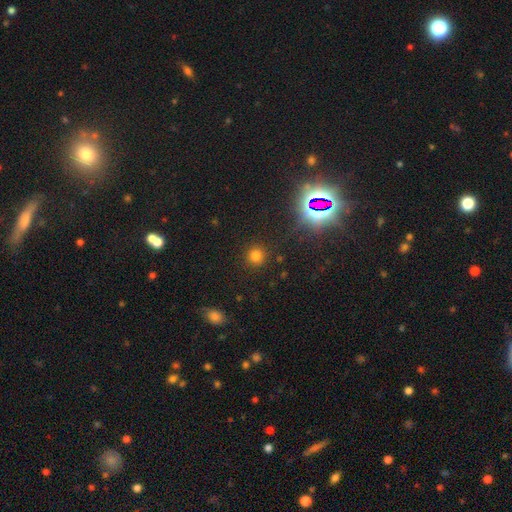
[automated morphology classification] A smooth galaxy with no disk features (73%) that is round (91%).

Vote fractions:
- Smooth or featured? smooth: 73% / star or artifact: 21% / featured or disk: 6%
- How rounded? round: 91% / in between: 8% / cigar-shaped: 1%
- Merging? none: 89% / minor disturbance: 7% / major disturbance: 3% / merger: 2%